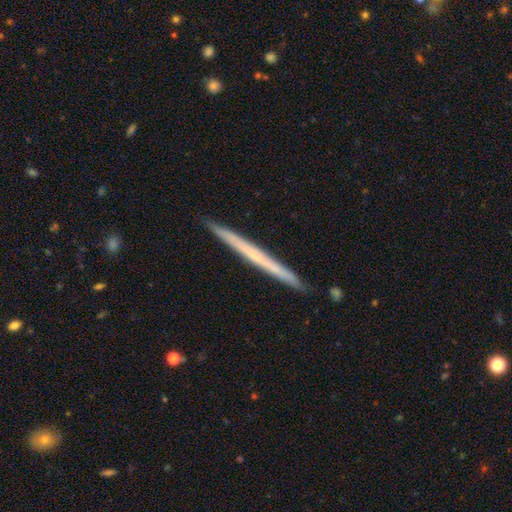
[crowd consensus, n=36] Smooth or featured?
  - featured or disk: 69% *
  - smooth: 25%
  - star or artifact: 6%
Edge-on disk?
  - yes: 100% *
  - no: 0%
Edge-on bulge?
  - none: 76% *
  - rounded: 20%
  - boxy: 4%
Merging?
  - none: 94% *
  - minor disturbance: 6%
  - major disturbance: 0%
  - merger: 0%